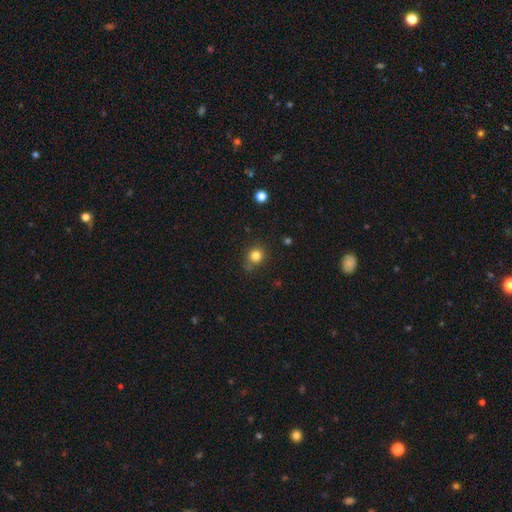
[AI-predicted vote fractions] Morphology: type=smooth (81%); roundness=round (85%); merging=none (75%).